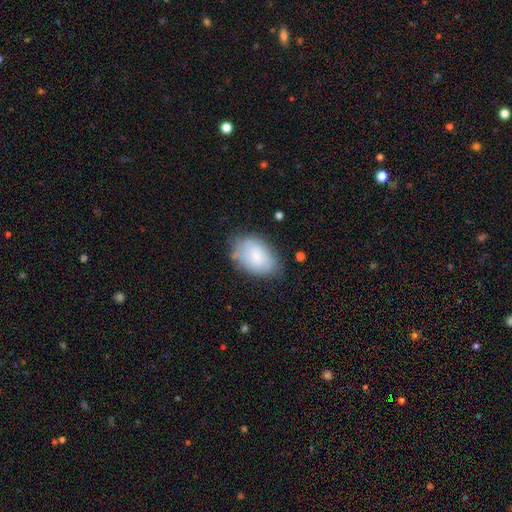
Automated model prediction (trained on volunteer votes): A smooth galaxy with no disk features (74%) that is in between round and cigar-shaped (89%). Merging: none (68%).